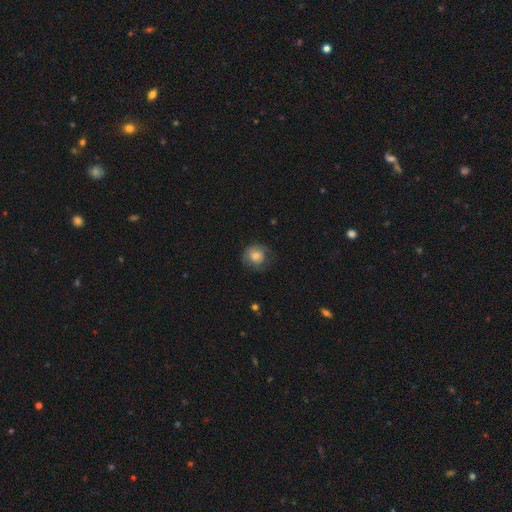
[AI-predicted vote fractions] A smooth galaxy with no disk features (63%) that is round (84%).

Vote fractions:
- Smooth or featured? smooth: 63% / featured or disk: 29% / star or artifact: 9%
- How rounded? round: 84% / in between: 15% / cigar-shaped: 1%
- Merging? none: 63% / minor disturbance: 23% / major disturbance: 13% / merger: 1%